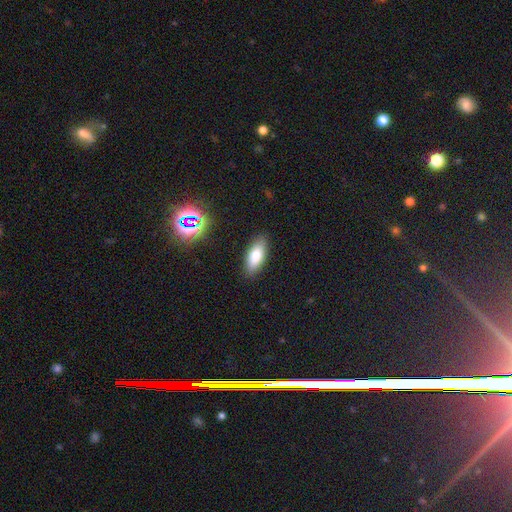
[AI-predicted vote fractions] The model was most divided on "how rounded": in between: 79%, cigar-shaped: 18%, round: 2%. More confident: merging — none (87%); smooth or featured — smooth (78%).